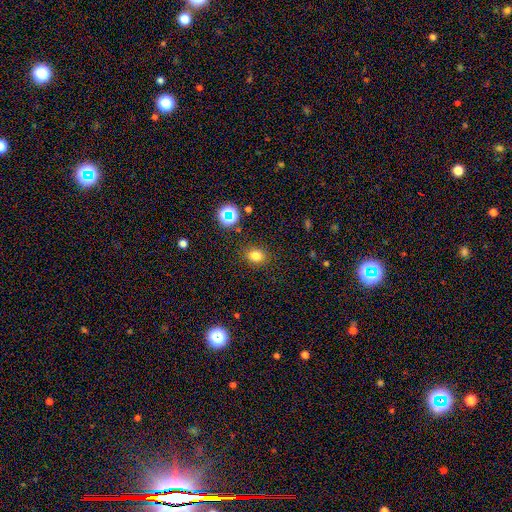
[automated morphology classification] Smooth or featured?
  - smooth: 77% *
  - star or artifact: 16%
  - featured or disk: 7%
How rounded?
  - round: 56% *
  - in between: 43%
  - cigar-shaped: 1%
Merging?
  - none: 86% *
  - minor disturbance: 9%
  - major disturbance: 3%
  - merger: 2%